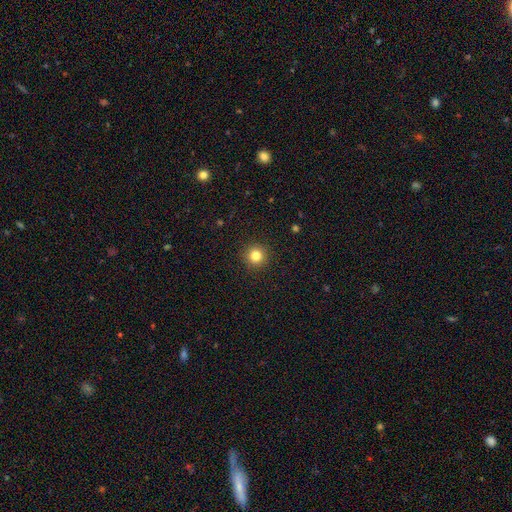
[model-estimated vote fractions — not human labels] Smooth or featured? Predicted: smooth (p=0.82). How rounded? Predicted: round (p=0.96). Merging? Predicted: none (p=0.93).